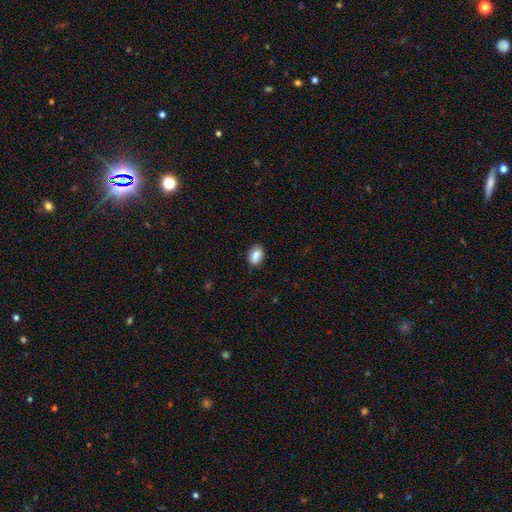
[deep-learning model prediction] The model was most divided on "merging": none: 82%, minor disturbance: 14%, major disturbance: 3%, merger: 1%. More confident: smooth or featured — smooth (85%); how rounded — in between (83%).